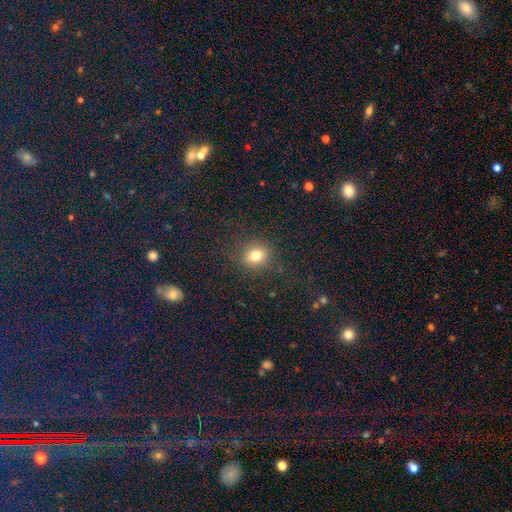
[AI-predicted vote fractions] Overall: smooth (76%). How rounded: round (74%). Merging: none (83%).